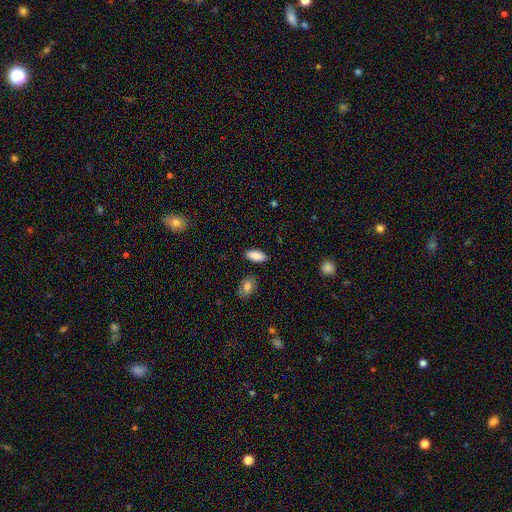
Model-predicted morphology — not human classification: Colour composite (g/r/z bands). It shows a smooth galaxy with no disk features (88%) that is in between round and cigar-shaped (88%). Merging: none (86%).